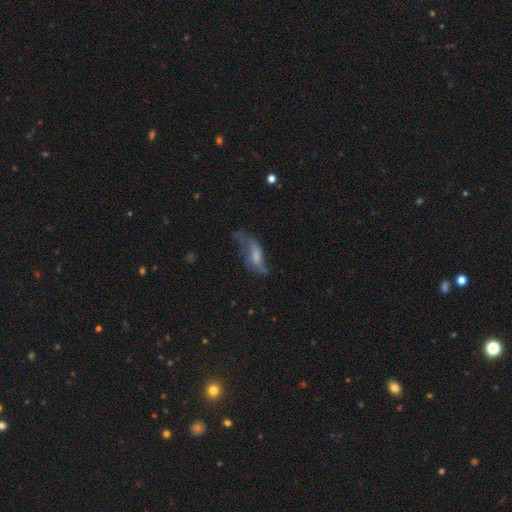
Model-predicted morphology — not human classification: smooth_or_featured: featured or disk (p=0.62) [alt: smooth p=0.28]
disk_edge_on: no (p=0.86) [alt: yes p=0.14]
bar: no (p=0.56) [alt: weak p=0.35]
has_spiral_arms: yes (p=0.75) [alt: no p=0.25]
bulge_size: small (p=0.36) [alt: moderate p=0.33]
merging: none (p=0.40) [alt: major disturbance p=0.31]